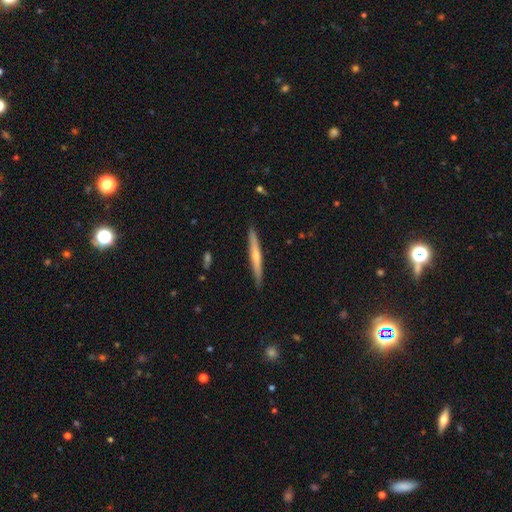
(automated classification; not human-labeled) The model was most divided on "smooth or featured": featured or disk: 62%, smooth: 32%, star or artifact: 6%. More confident: edge-on disk — yes (97%); merging — none (90%); edge-on bulge — rounded (73%).